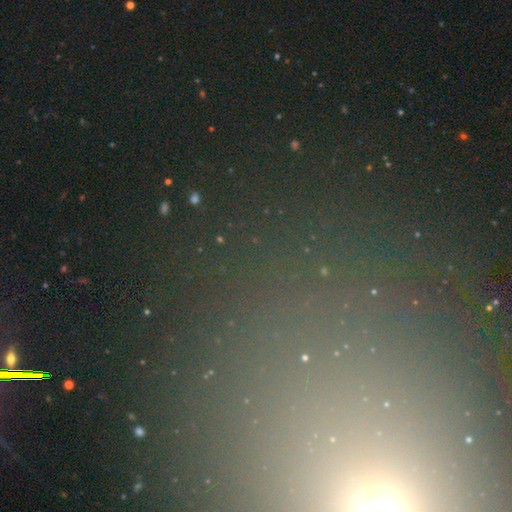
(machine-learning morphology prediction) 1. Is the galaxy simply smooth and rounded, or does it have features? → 74% star or artifact, 16% smooth, 10% featured or disk.